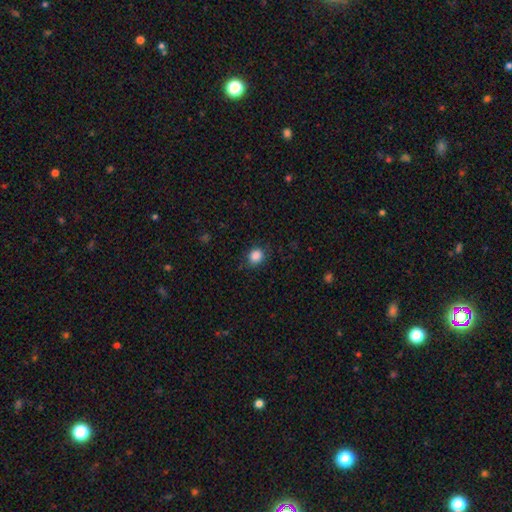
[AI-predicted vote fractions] smooth_or_featured: smooth (p=0.87) [alt: star or artifact p=0.10]
how_rounded: round (p=0.71) [alt: in between p=0.28]
merging: none (p=0.82) [alt: minor disturbance p=0.13]